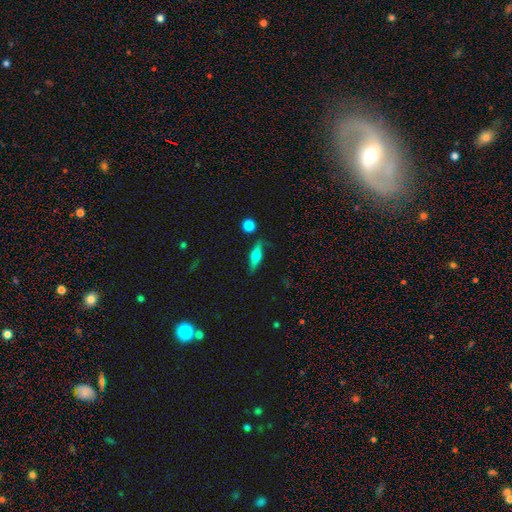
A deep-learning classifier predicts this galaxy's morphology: A smooth galaxy with no disk features (52%) that is cigar-shaped (55%). Merging: none (73%).